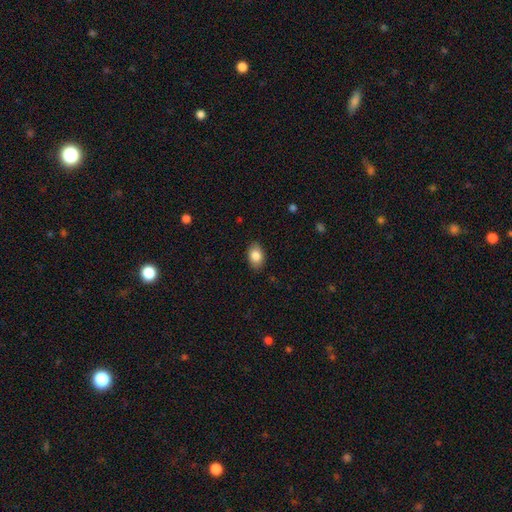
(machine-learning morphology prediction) type=smooth (85%); roundness=in between (85%); merging=none (87%).